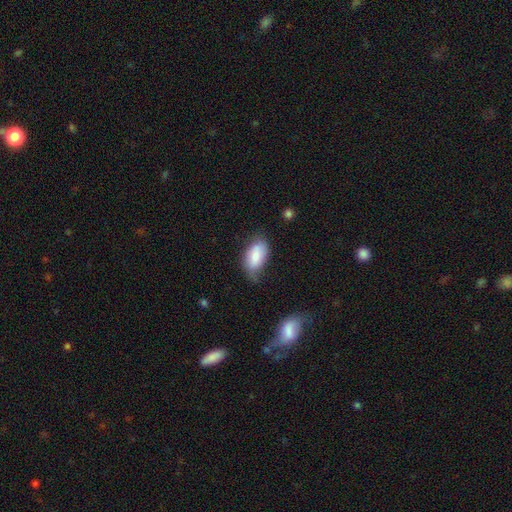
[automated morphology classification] Smooth or featured: smooth — 74% (featured or disk — 19%)
How rounded: in between — 93% (round — 4%)
Merging: none — 49% (minor disturbance — 37%)